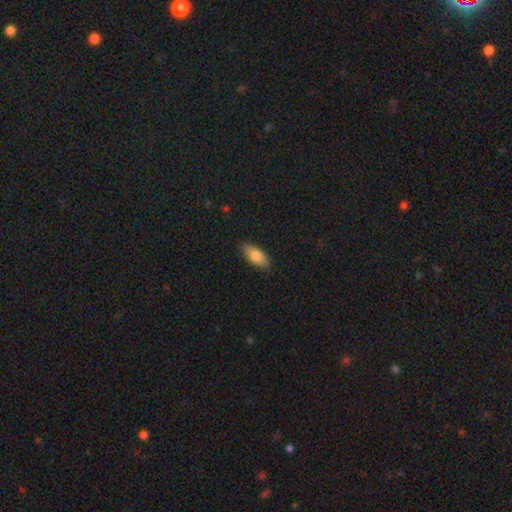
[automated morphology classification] smooth_or_featured: smooth (p=0.82) [alt: featured or disk p=0.12]
how_rounded: in between (p=0.86) [alt: cigar-shaped p=0.12]
merging: none (p=0.87) [alt: minor disturbance p=0.11]